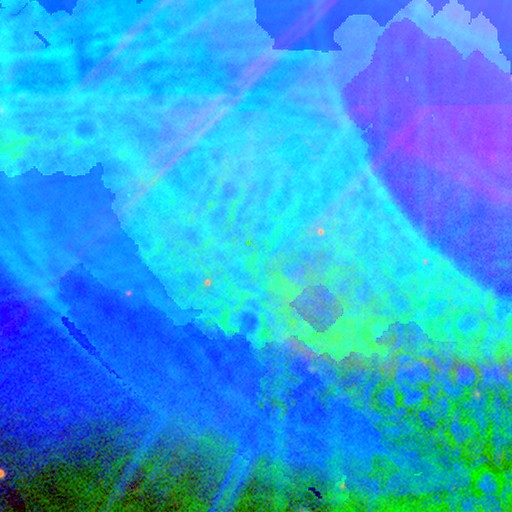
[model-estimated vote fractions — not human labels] Overall: star or artifact (84%).